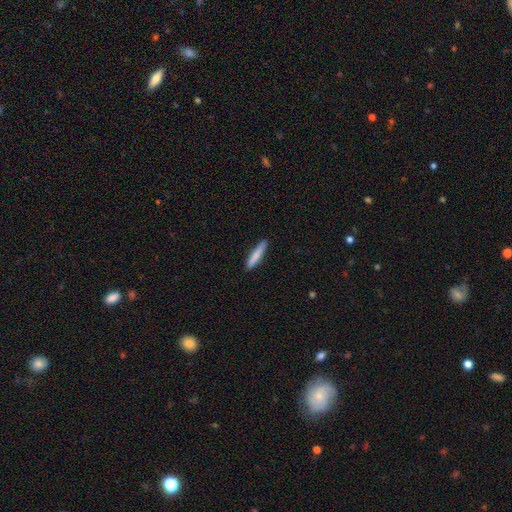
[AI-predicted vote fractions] smooth 80%, featured or disk 14%, star or artifact 6%. Down the decision tree: how rounded — cigar-shaped (91%); merging — none (89%).